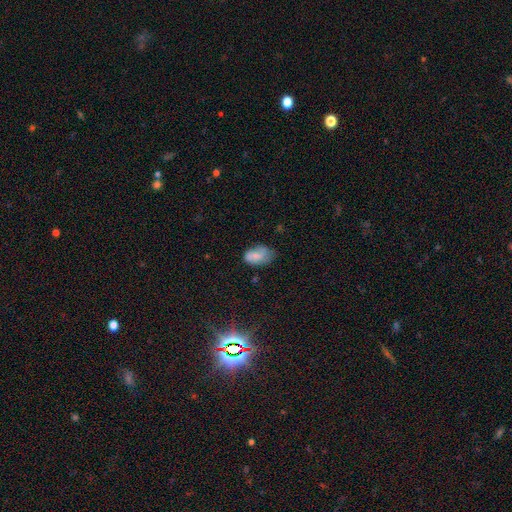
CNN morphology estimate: smooth_or_featured: smooth (p=0.76) [alt: featured or disk p=0.15]
how_rounded: in between (p=0.90) [alt: round p=0.08]
merging: none (p=0.47) [alt: minor disturbance p=0.37]